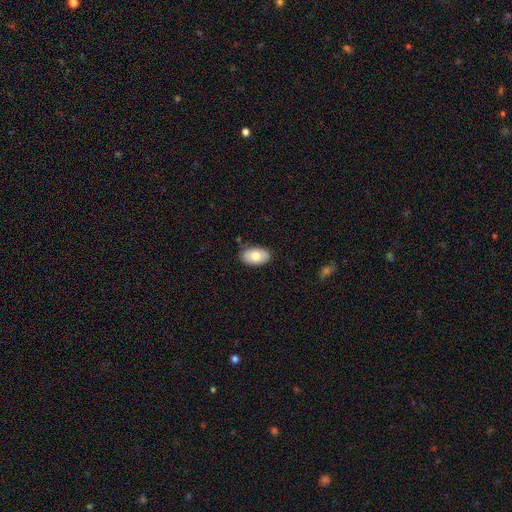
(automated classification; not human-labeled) smooth_or_featured: smooth (p=0.76) [alt: featured or disk p=0.18]
how_rounded: in between (p=0.93) [alt: round p=0.06]
merging: none (p=0.83) [alt: minor disturbance p=0.13]